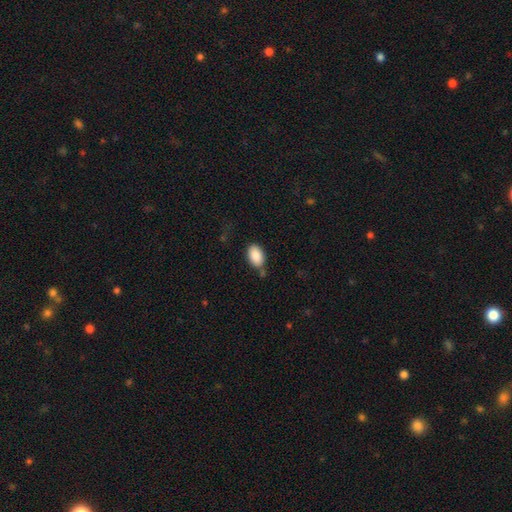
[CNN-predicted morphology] Smooth or featured?
  - smooth: 87% *
  - star or artifact: 7%
  - featured or disk: 6%
How rounded?
  - in between: 91% *
  - round: 8%
  - cigar-shaped: 1%
Merging?
  - none: 71% *
  - minor disturbance: 16%
  - merger: 8%
  - major disturbance: 4%